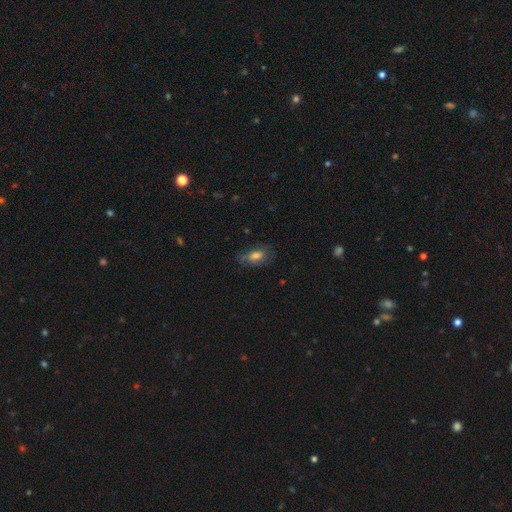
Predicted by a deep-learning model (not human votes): Smooth or featured? smooth (66%)
How rounded? in between (84%)
Merging? none (61%)